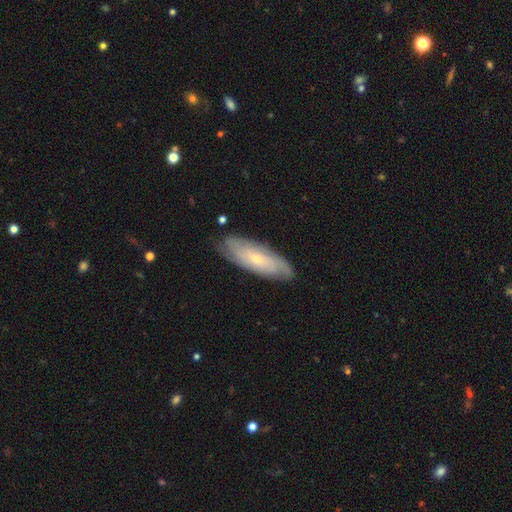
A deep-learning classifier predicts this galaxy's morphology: type=featured or disk (57%); edge-on=no (73%); merging=none (83%).